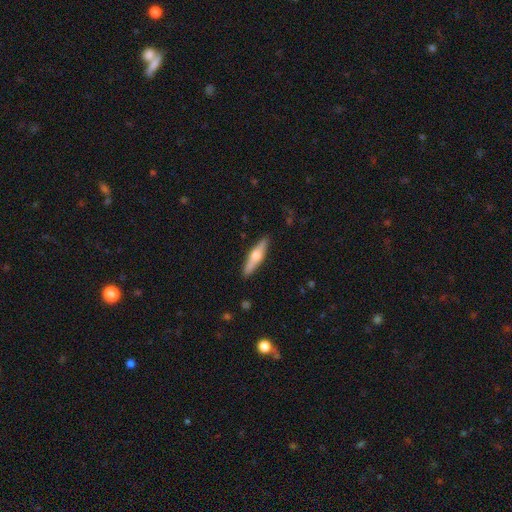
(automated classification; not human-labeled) A featured or disk galaxy (55%) viewed edge-on (95%) with a rounded central bulge (92%). Merging: none (90%).